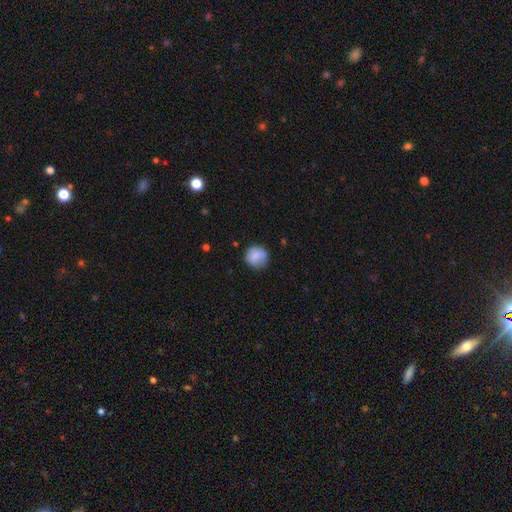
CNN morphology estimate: Overall: smooth (83%). How rounded: round (89%). Merging: none (75%).